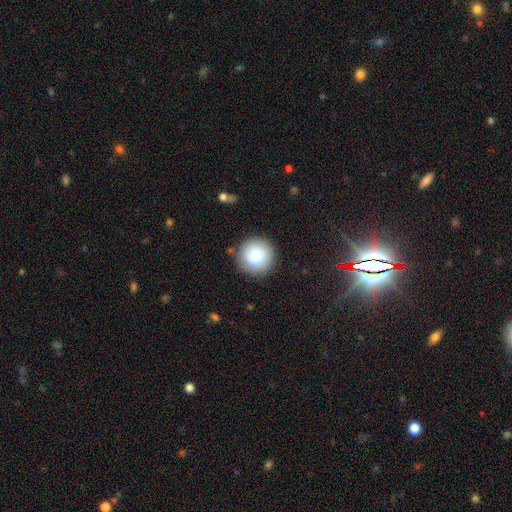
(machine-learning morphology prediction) This appears to be a smooth galaxy with no disk features (85%) that is round (95%). Merging: none (87%).